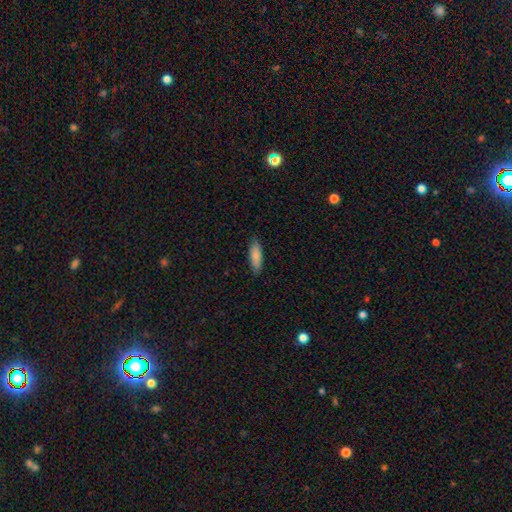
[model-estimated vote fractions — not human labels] Overall: smooth (85%). How rounded: cigar-shaped (50%; in between 49%). Merging: none (85%).